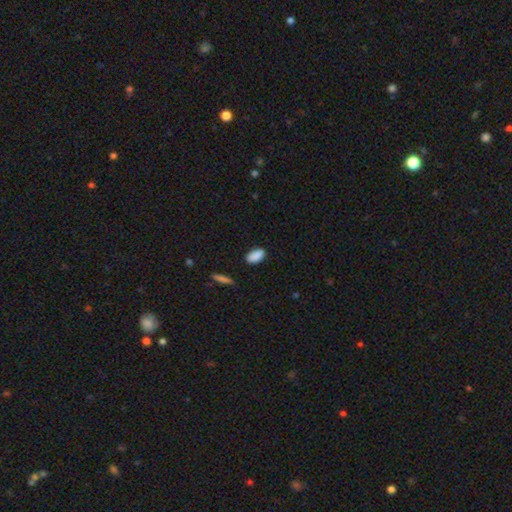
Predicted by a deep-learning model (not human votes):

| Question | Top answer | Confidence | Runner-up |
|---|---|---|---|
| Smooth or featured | smooth | 89% | star or artifact (7%) |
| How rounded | in between | 92% | cigar-shaped (5%) |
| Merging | none | 86% | minor disturbance (10%) |